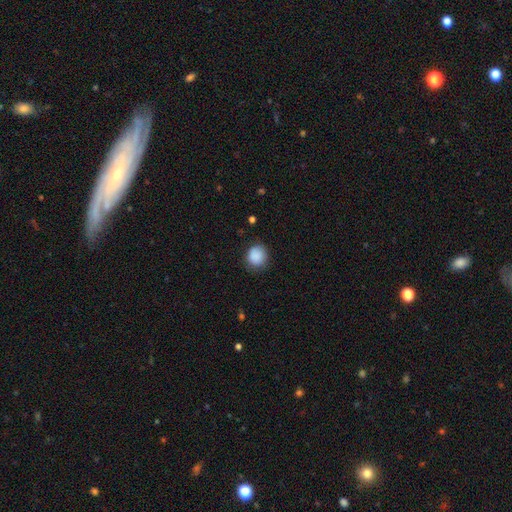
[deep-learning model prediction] Smooth or featured: smooth — 88% (star or artifact — 8%)
How rounded: round — 81% (in between — 18%)
Merging: none — 77% (minor disturbance — 17%)